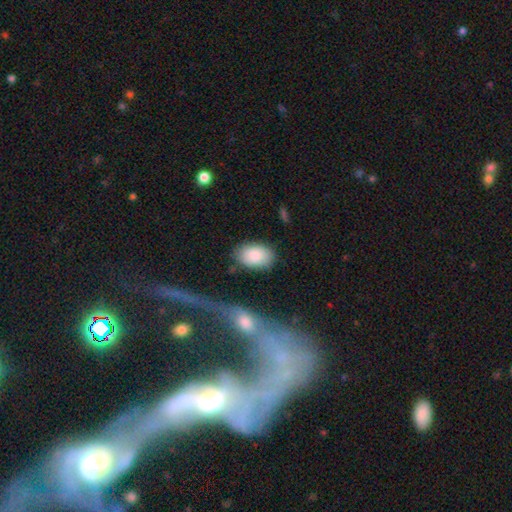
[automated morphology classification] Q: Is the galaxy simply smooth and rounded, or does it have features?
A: smooth — 87%.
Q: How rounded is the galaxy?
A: in between — 88%.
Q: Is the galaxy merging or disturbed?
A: none — 78%.